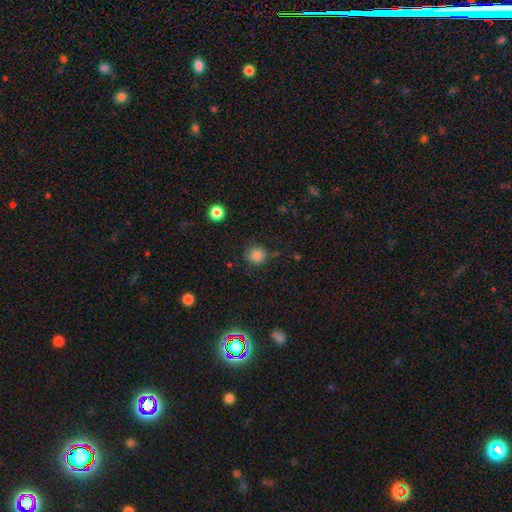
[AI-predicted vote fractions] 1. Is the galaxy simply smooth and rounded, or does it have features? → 83% smooth, 12% star or artifact, 5% featured or disk.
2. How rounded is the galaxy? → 89% round, 10% in between, 1% cigar-shaped.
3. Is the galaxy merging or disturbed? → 77% none, 16% minor disturbance, 5% major disturbance, 3% merger.